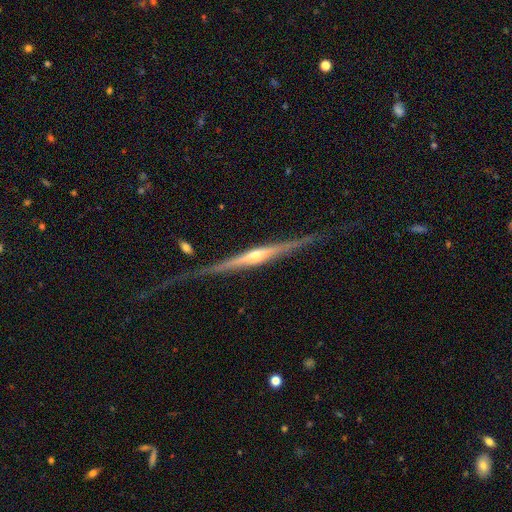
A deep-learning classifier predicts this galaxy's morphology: Q: Smooth or featured?
A: featured or disk (83%); runner-up: smooth (12%)
Q: Edge-on disk?
A: yes (98%); runner-up: no (2%)
Q: Edge-on bulge?
A: rounded (83%); runner-up: none (9%)
Q: Merging?
A: none (76%); runner-up: minor disturbance (16%)